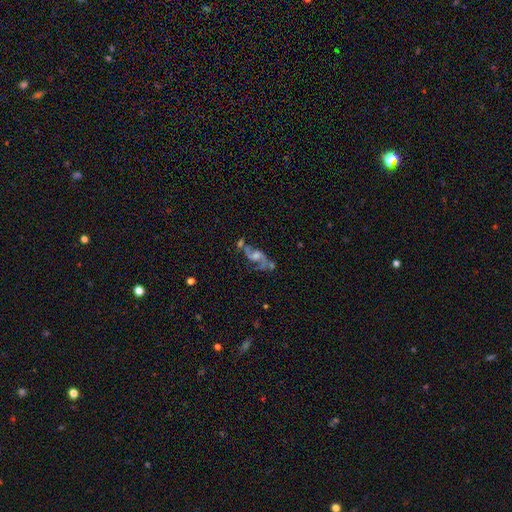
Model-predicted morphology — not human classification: smooth_or_featured: featured or disk (p=0.80) [alt: smooth p=0.10]
disk_edge_on: no (p=0.94) [alt: yes p=0.06]
bar: no (p=0.48) [alt: weak p=0.40]
has_spiral_arms: yes (p=0.91) [alt: no p=0.09]
spiral_winding: loose (p=0.60) [alt: medium p=0.32]
spiral_arm_count: 2 (p=0.87) [alt: can't tell p=0.04]
bulge_size: moderate (p=0.41) [alt: small p=0.36]
merging: none (p=0.48) [alt: major disturbance p=0.19]